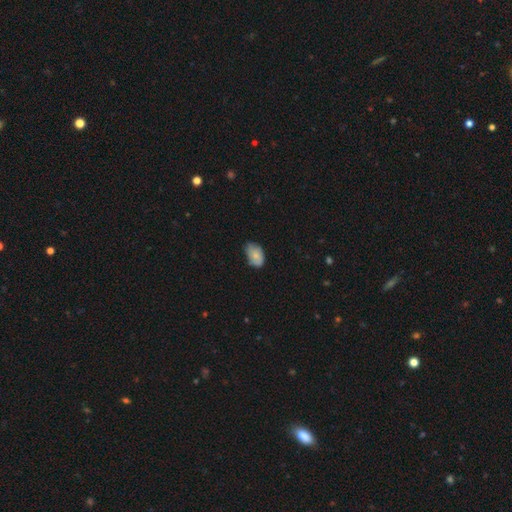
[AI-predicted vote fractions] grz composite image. It shows a smooth galaxy with no disk features (77%) that is in between round and cigar-shaped (89%). Merging: none (53%).